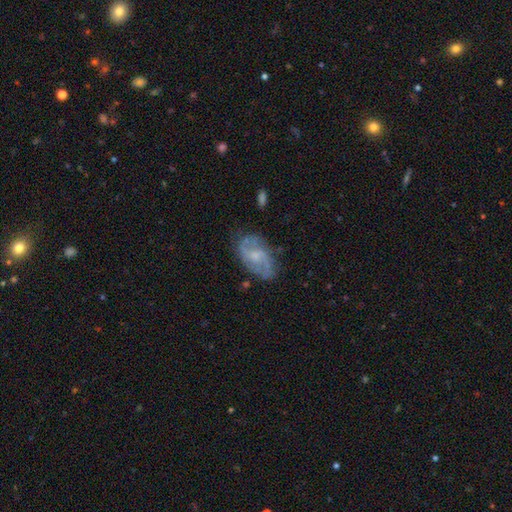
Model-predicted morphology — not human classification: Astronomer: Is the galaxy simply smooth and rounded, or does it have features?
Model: featured or disk — 77%.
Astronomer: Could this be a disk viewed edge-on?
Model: no — 96%.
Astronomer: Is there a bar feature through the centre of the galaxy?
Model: no — 49% (runner-up: weak, 44%).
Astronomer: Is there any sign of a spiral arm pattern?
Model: yes — 91%.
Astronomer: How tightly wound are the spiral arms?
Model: medium — 49% (runner-up: loose, 30%).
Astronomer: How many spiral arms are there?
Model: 2 — 74%.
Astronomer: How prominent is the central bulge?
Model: small — 40% (runner-up: moderate, 33%).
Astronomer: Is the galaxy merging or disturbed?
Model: none — 72%.